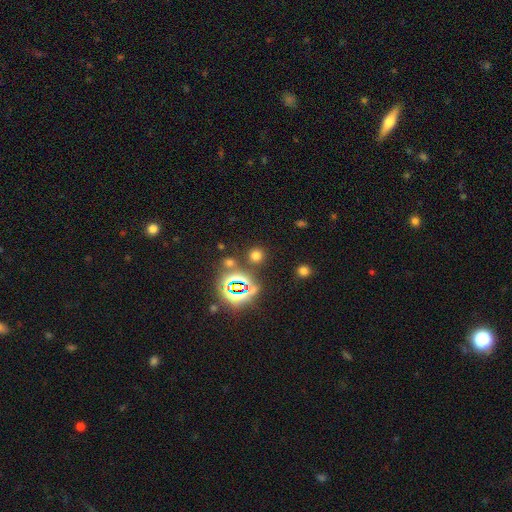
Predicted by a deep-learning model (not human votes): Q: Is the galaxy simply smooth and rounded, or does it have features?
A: smooth — 61%.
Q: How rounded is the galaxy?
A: round — 89%.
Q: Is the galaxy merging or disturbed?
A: none — 84%.